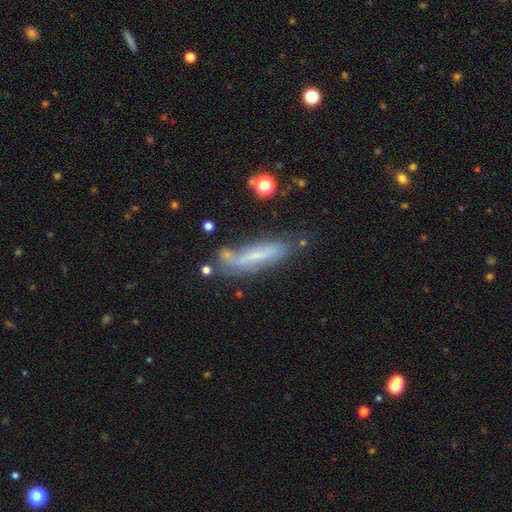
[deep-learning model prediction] smooth_or_featured: featured or disk (p=0.48) [alt: smooth p=0.42]
merging: none (p=0.52) [alt: minor disturbance p=0.26]